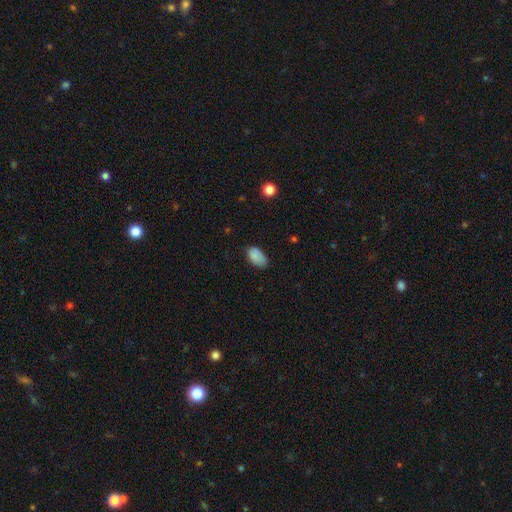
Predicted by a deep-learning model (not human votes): This is clearly a smooth galaxy (83%). How rounded: clearly in between (93%). Merging: likely none (62%).